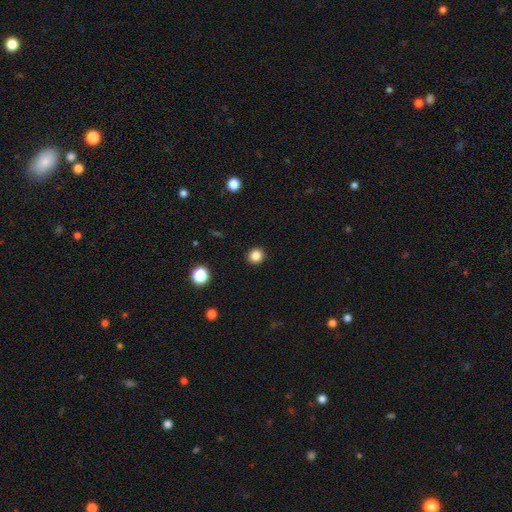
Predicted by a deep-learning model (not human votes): This is clearly a smooth galaxy (84%). How rounded: clearly round (92%). Merging: clearly none (93%).